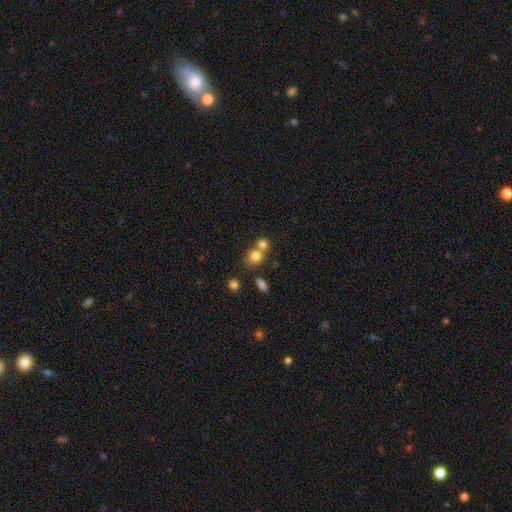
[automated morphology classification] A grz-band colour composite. It shows a smooth galaxy with no disk features (79%) that is round (69%). Merging: merger (48%).